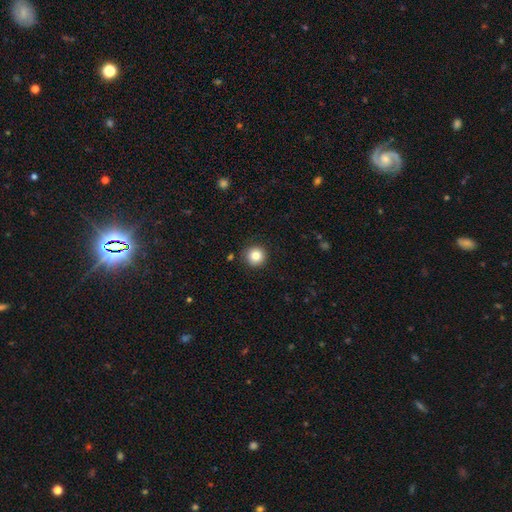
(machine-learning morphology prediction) smooth_or_featured: smooth (p=0.84) [alt: star or artifact p=0.10]
how_rounded: round (p=0.95) [alt: in between p=0.04]
merging: none (p=0.91) [alt: minor disturbance p=0.06]